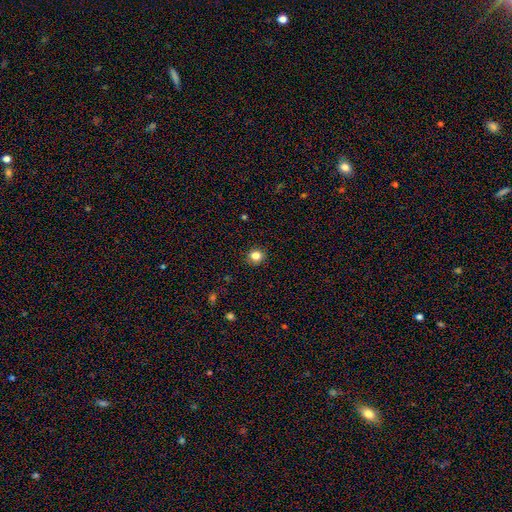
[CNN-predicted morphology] smooth-or-featured: smooth: 83% | star or artifact: 12% | featured or disk: 5%
  how-rounded: round: 84% | in between: 15% | cigar-shaped: 1%
  merging: none: 91% | minor disturbance: 6% | major disturbance: 2% | merger: 1%